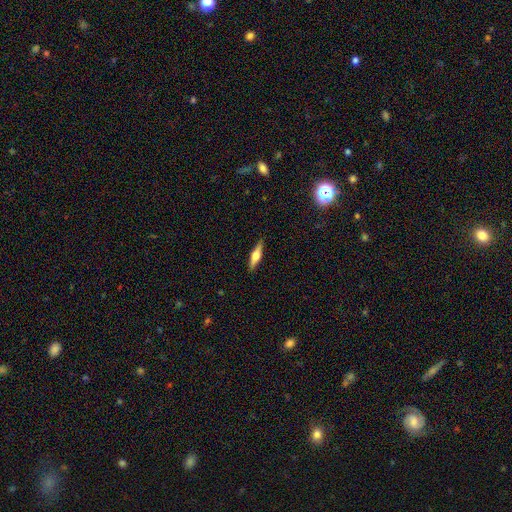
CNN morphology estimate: A featured or disk galaxy (57%) viewed edge-on (96%) with a rounded central bulge (90%). Merging: none (89%).